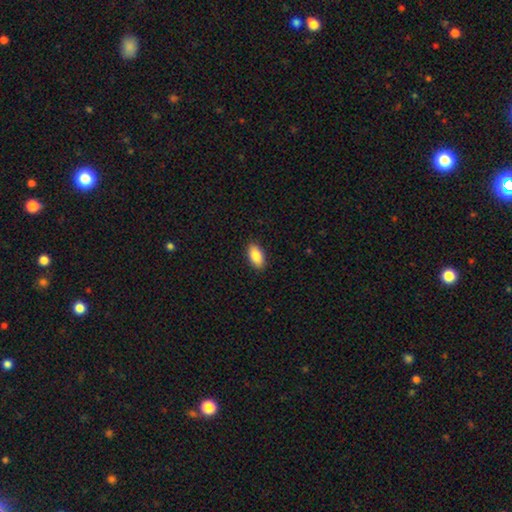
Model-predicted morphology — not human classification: smooth-or-featured: smooth: 87% | star or artifact: 7% | featured or disk: 7%
  how-rounded: in between: 93% | cigar-shaped: 4% | round: 3%
  merging: none: 90% | minor disturbance: 8% | major disturbance: 2% | merger: 1%